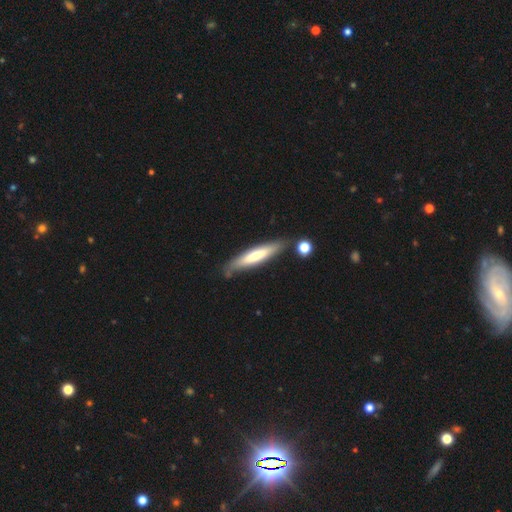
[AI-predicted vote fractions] This is possibly a smooth galaxy (55%). How rounded: clearly cigar-shaped (87%). Merging: likely none (76%).